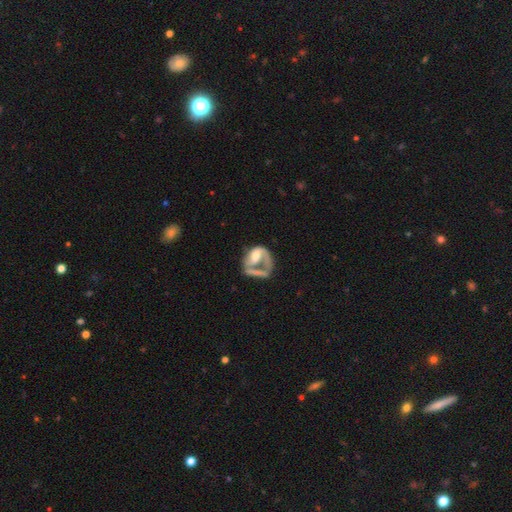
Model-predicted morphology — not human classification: Smooth or featured? featured or disk (65%)
Edge-on disk? no (96%)
Bar? no (61%)
Spiral arms? yes (60%)
Bulge size? moderate (53%)
Merging? major disturbance (40%)